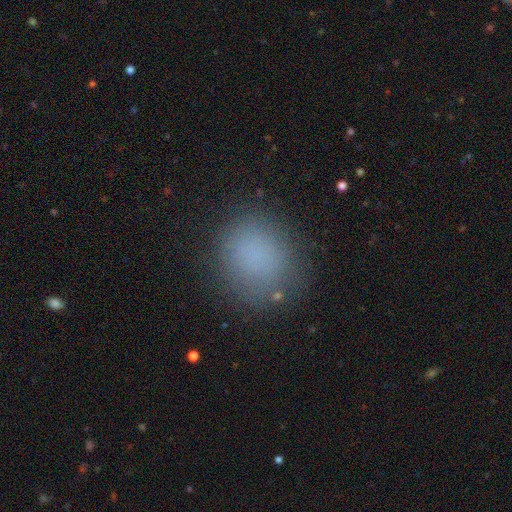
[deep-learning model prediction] smooth_or_featured: smooth (p=0.80) [alt: star or artifact p=0.14]
how_rounded: round (p=0.73) [alt: in between p=0.25]
merging: none (p=0.81) [alt: minor disturbance p=0.13]